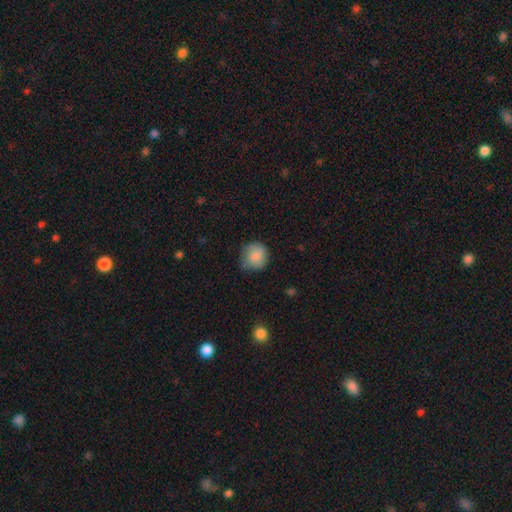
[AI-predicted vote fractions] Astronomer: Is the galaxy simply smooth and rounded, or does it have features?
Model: smooth — 81%.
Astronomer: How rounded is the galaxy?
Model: round — 86%.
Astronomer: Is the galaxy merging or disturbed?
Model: none — 67%.